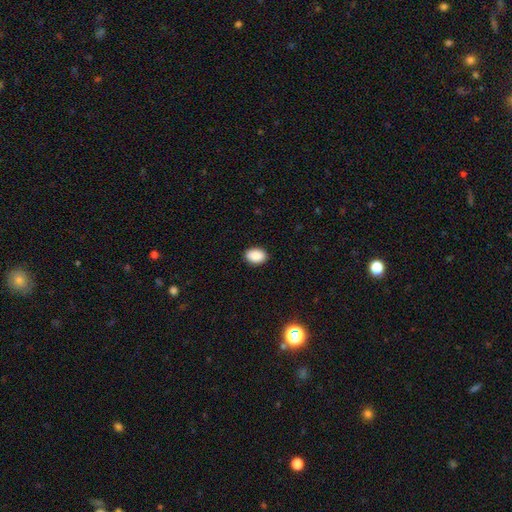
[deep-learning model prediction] Smooth or featured? Predicted: smooth (p=0.90). How rounded? Predicted: in between (p=0.82). Merging? Predicted: none (p=0.90).